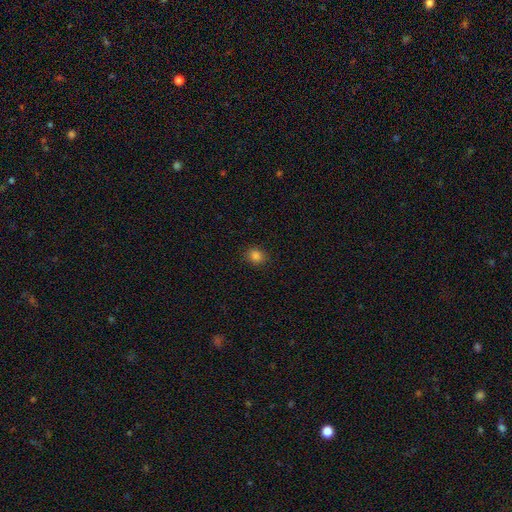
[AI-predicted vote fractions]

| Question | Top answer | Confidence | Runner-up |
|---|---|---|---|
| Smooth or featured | smooth | 83% | star or artifact (13%) |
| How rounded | round | 68% | in between (31%) |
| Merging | none | 89% | minor disturbance (8%) |